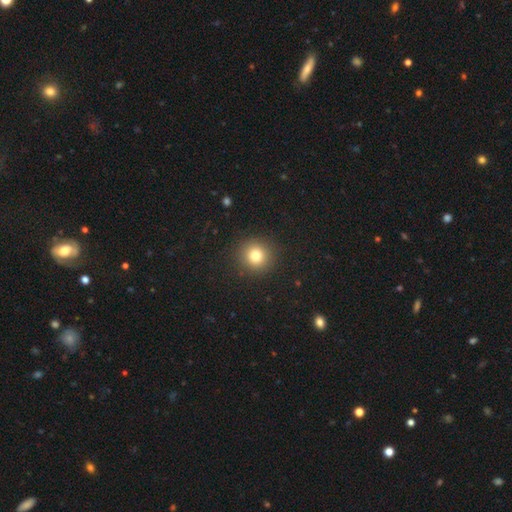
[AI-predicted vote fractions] Q: Smooth or featured?
A: smooth (79%); runner-up: star or artifact (13%)
Q: How rounded?
A: round (93%); runner-up: in between (6%)
Q: Merging?
A: none (91%); runner-up: minor disturbance (6%)